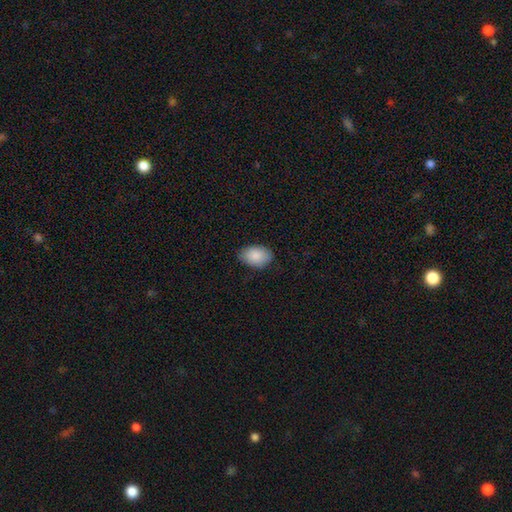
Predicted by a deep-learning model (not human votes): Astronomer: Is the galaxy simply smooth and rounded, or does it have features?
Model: smooth — 89%.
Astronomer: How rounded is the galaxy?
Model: in between — 89%.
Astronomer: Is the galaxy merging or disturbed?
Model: none — 82%.